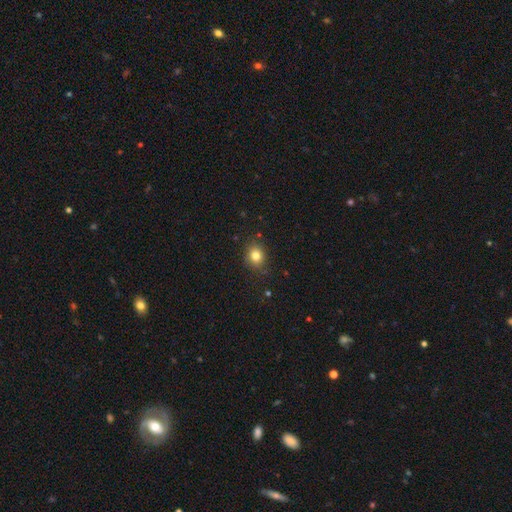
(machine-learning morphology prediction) A smooth galaxy with no disk features (81%) that is round (66%).

Vote fractions:
- Smooth or featured? smooth: 81% / star or artifact: 12% / featured or disk: 7%
- How rounded? round: 66% / in between: 33% / cigar-shaped: 1%
- Merging? none: 82% / minor disturbance: 13% / major disturbance: 3% / merger: 2%